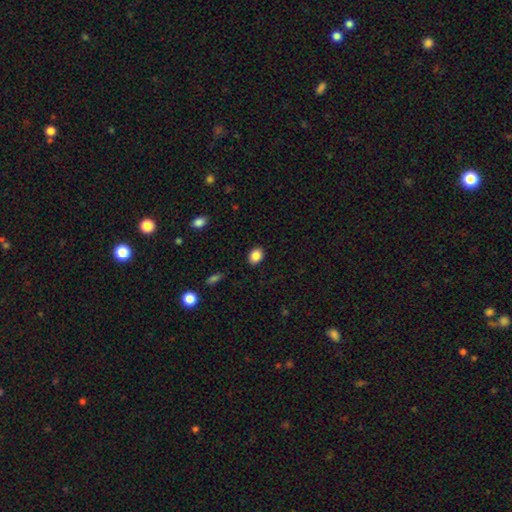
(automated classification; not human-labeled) The model was most divided on "how rounded": in between: 64%, round: 35%, cigar-shaped: 1%. More confident: merging — none (88%); smooth or featured — smooth (86%).